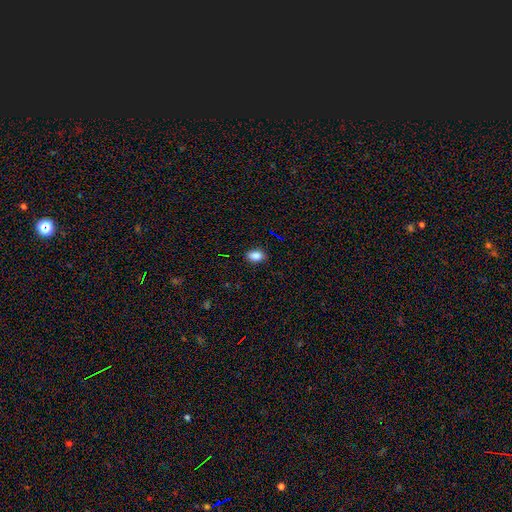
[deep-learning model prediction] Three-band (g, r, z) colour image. It shows a smooth galaxy with no disk features (84%) that is in between round and cigar-shaped (83%). Merging: none (87%).